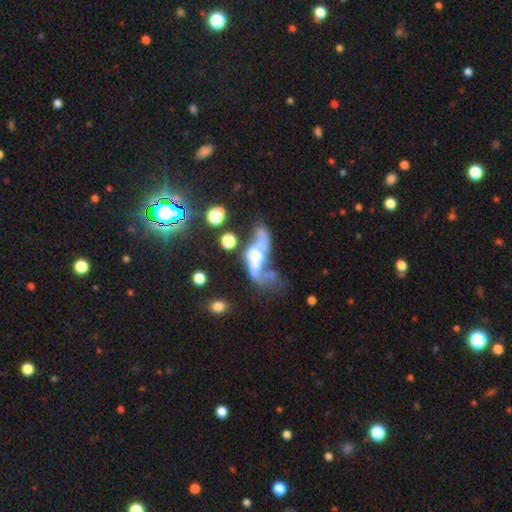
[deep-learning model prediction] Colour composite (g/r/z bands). It shows a featured or disk galaxy (66%) with no bar (61%), no spiral arms (51%) and a moderate central bulge (48%). Merging: merger (38%).